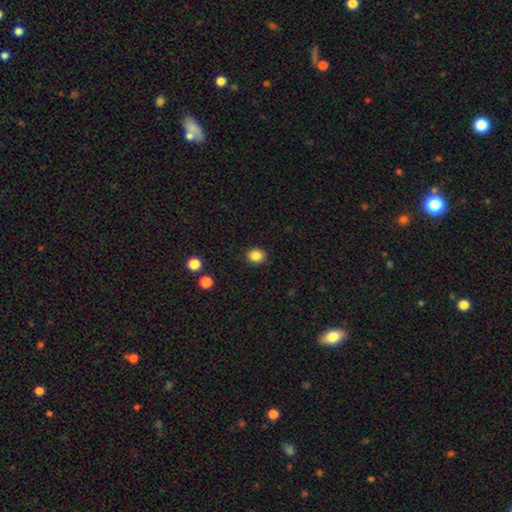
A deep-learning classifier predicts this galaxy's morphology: smooth 86%, star or artifact 10%, featured or disk 4%. Down the decision tree: how rounded — round (66%); merging — none (89%).